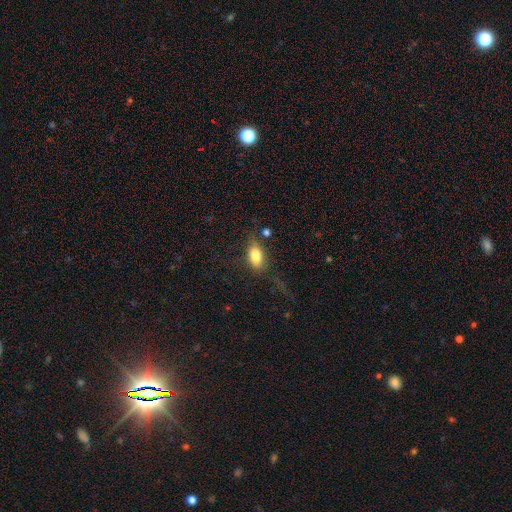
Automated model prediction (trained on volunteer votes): smooth 80%, featured or disk 11%, star or artifact 9%. Down the decision tree: how rounded — in between (88%); merging — none (59%).